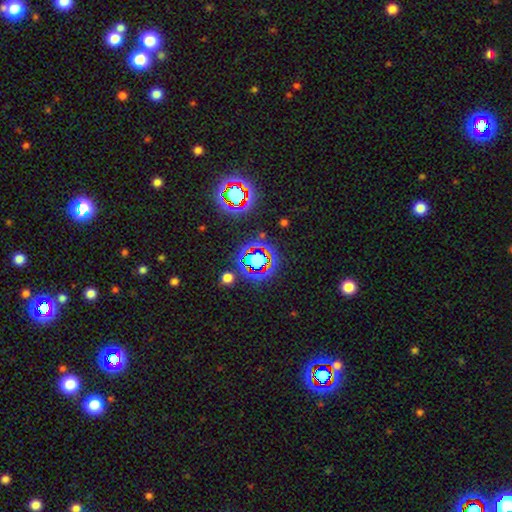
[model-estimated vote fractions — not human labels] Morphology: type=star or artifact (60%).